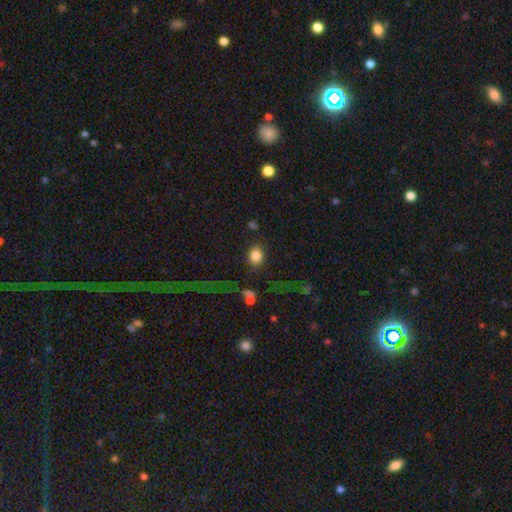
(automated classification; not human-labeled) This appears to be a smooth galaxy with no disk features (84%) that is in between round and cigar-shaped (52%). Merging: none (75%).